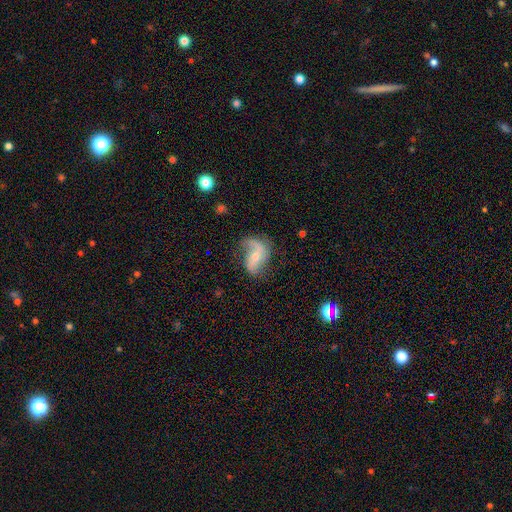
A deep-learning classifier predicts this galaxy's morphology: The model was most divided on "bulge size": small: 48%, moderate: 45%, none: 3%, large: 2%, dominant: 1%. Remaining: edge-on disk — no (97%); spiral arms — yes (92%); smooth or featured — featured or disk (76%); spiral arm count — 2 (70%); spiral winding — loose (70%); merging — none (50%); bar — no (48%).